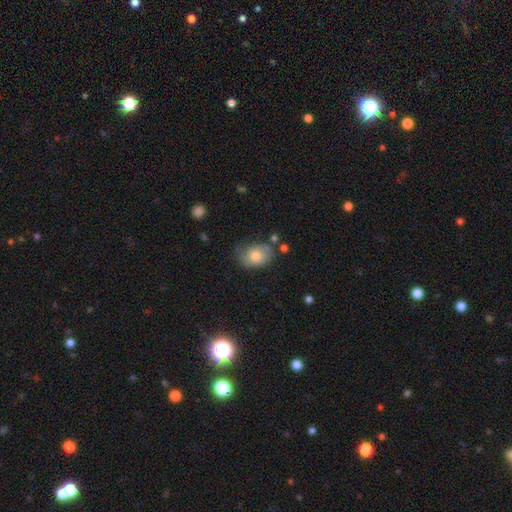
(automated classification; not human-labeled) This appears to be a smooth galaxy with no disk features (66%) that is in between round and cigar-shaped (68%). Merging: none (53%).